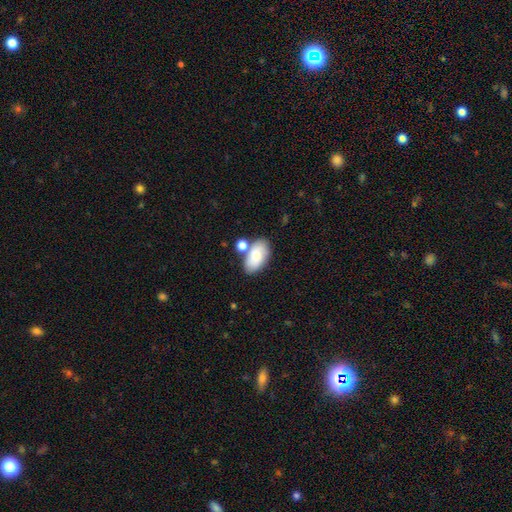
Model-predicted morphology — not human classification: type=smooth (78%); roundness=in between (94%); merging=none (60%).